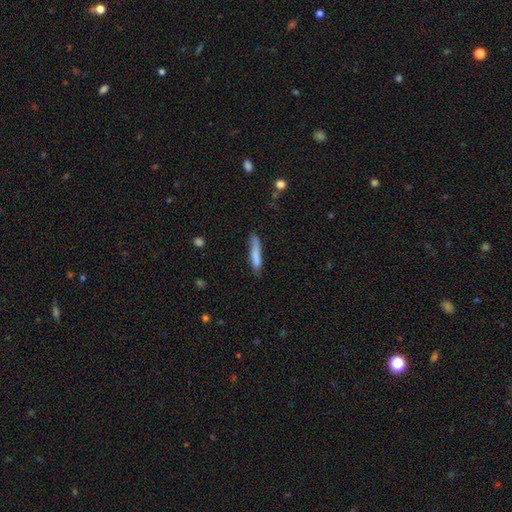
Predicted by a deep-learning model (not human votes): Overall: smooth (79%). How rounded: cigar-shaped (90%). Merging: none (67%).